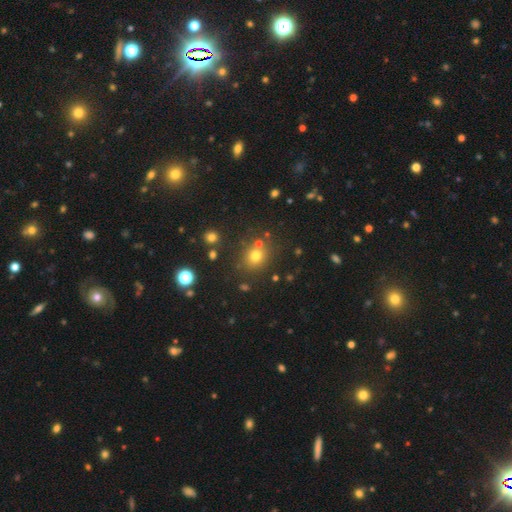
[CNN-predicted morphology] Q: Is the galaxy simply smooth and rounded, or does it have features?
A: smooth — 72%.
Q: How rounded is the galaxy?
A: round — 82%.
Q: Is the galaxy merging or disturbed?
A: none — 76%.